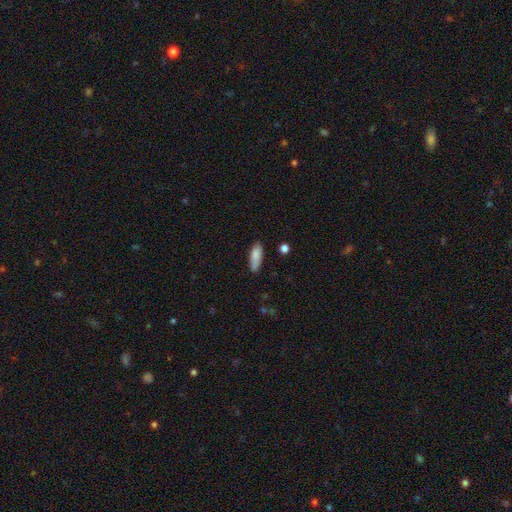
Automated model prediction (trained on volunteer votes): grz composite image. It shows a smooth galaxy with no disk features (85%) that is in between round and cigar-shaped (66%). Merging: none (76%).